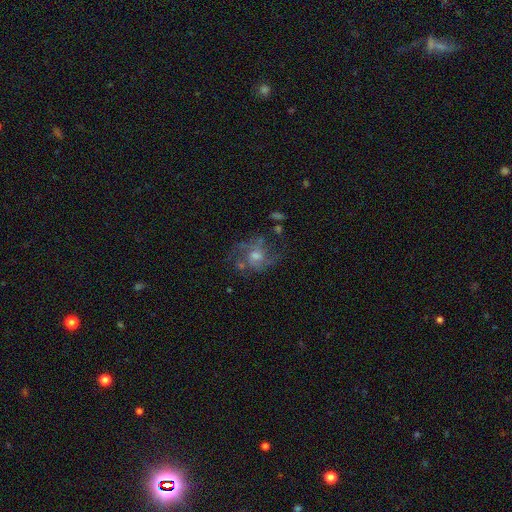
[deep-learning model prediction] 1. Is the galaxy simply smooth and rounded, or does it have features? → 73% featured or disk, 15% smooth, 13% star or artifact.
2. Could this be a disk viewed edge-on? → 97% no, 3% yes.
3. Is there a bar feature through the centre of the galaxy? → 62% no, 33% weak, 5% strong.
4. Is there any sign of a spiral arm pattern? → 86% yes, 14% no.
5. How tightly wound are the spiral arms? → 50% medium, 30% loose, 20% tight.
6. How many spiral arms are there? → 44% 2, 23% can't tell, 19% 3, 5% 4, 5% 1, 4% more than 4.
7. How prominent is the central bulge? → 52% moderate, 33% small, 7% large, 6% none, 1% dominant.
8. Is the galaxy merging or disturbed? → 60% none, 18% major disturbance, 18% minor disturbance, 5% merger.